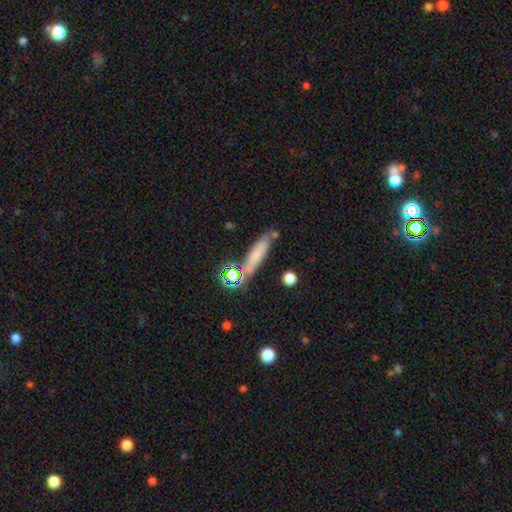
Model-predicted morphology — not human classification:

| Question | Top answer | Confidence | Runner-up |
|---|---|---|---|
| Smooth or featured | smooth | 66% | featured or disk (18%) |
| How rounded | cigar-shaped | 80% | in between (16%) |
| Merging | none | 73% | minor disturbance (15%) |